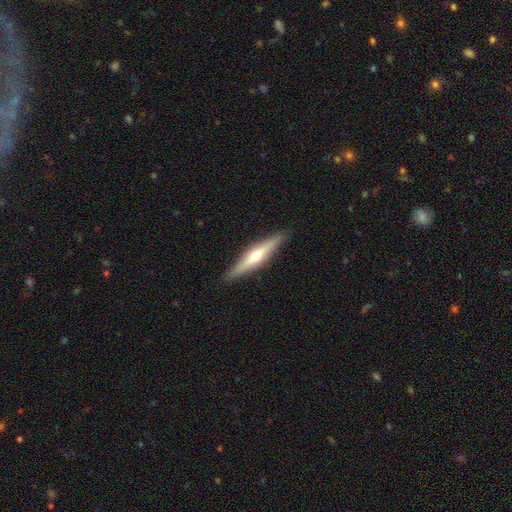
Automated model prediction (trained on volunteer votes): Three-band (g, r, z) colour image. It shows a featured or disk galaxy (66%) viewed edge-on (97%) with a rounded central bulge (91%). Merging: none (91%).